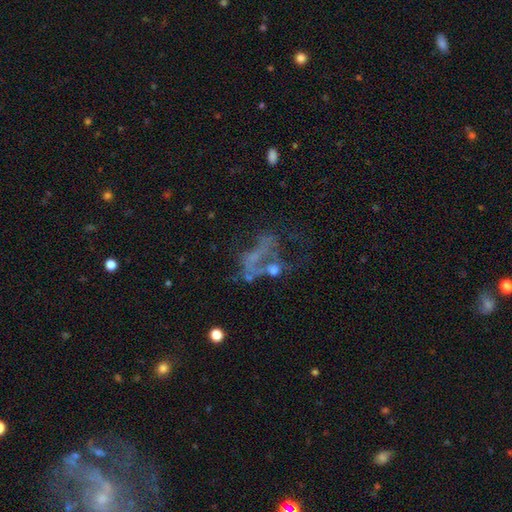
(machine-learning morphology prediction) A featured or disk galaxy (54%) with no bar (83%), no spiral arms (81%) and no central bulge (68%).

Vote fractions:
- Smooth or featured? featured or disk: 54% / star or artifact: 25% / smooth: 21%
- Edge-on disk? no: 95% / yes: 5%
- Bar? no: 83% / weak: 12% / strong: 5%
- Spiral arms? no: 81% / yes: 19%
- Bulge size? none: 68% / small: 18% / moderate: 10% / large: 2% / dominant: 1%
- Merging? major disturbance: 43% / none: 26% / merger: 18% / minor disturbance: 13%